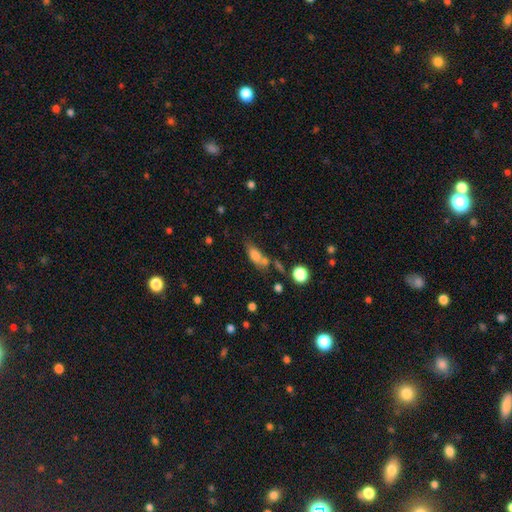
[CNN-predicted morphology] smooth_or_featured: smooth (p=0.73) [alt: featured or disk p=0.15]
how_rounded: in between (p=0.75) [alt: cigar-shaped p=0.16]
merging: none (p=0.44) [alt: merger p=0.30]